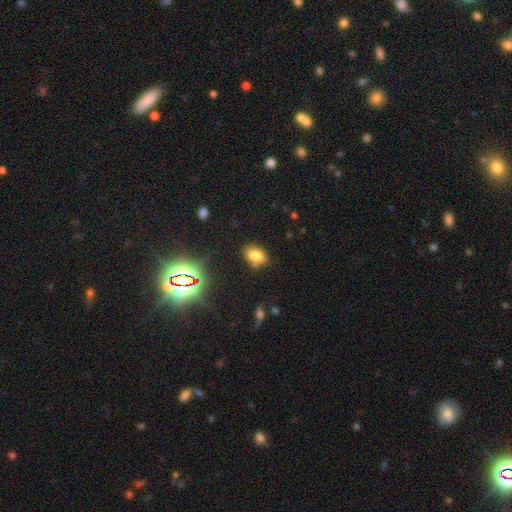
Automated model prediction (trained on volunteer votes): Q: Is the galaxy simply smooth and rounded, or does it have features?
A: smooth — 75%.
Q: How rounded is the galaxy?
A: in between — 86%.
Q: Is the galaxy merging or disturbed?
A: none — 68%.